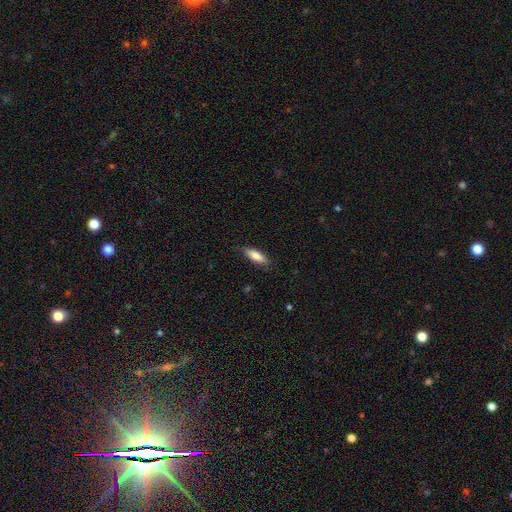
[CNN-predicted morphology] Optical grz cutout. It shows a smooth galaxy with no disk features (82%) that is in between round and cigar-shaped (52%). Merging: none (82%).